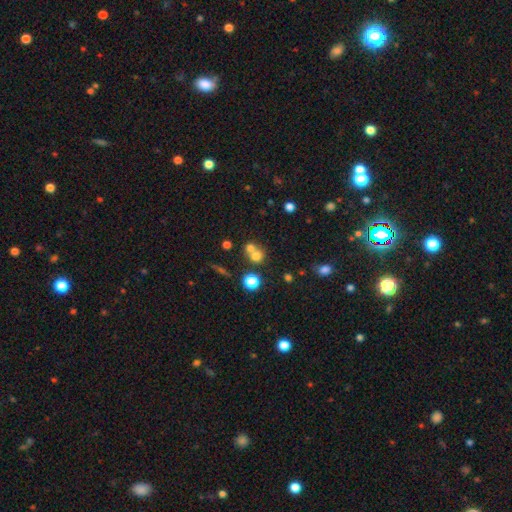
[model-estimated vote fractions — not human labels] Smooth or featured? smooth (68%)
How rounded? round (80%)
Merging? merger (51%)